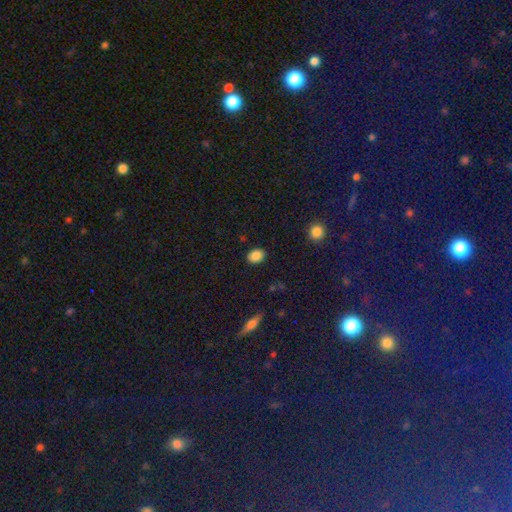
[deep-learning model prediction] Morphology: type=smooth (86%); roundness=in between (62%); merging=none (88%).